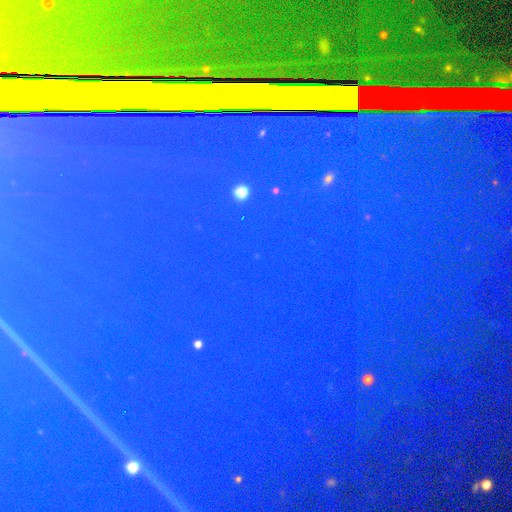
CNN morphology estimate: This is clearly a star or artifact rather than a galaxy (83%).